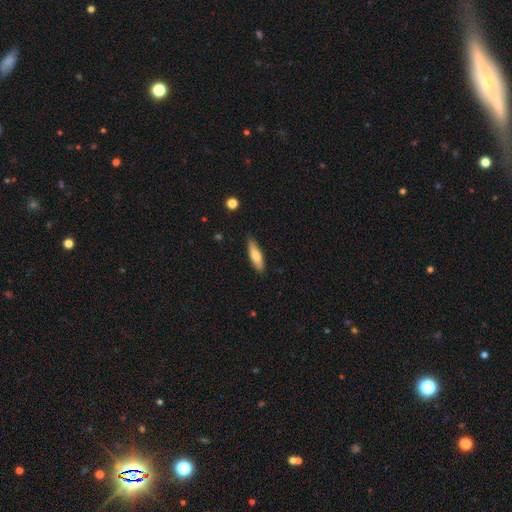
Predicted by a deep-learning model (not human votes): Smooth or featured? smooth (70%)
How rounded? cigar-shaped (60%)
Merging? none (81%)